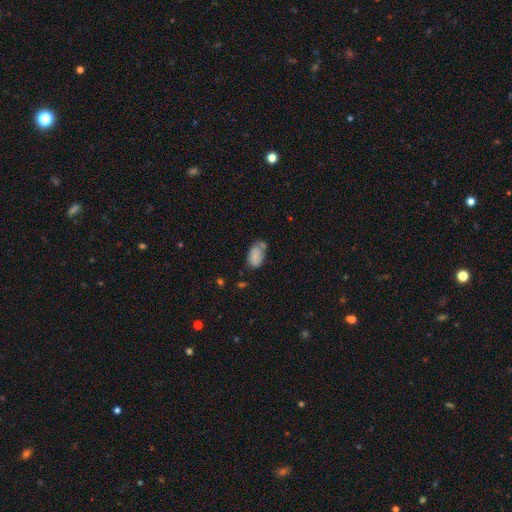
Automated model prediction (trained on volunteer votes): Smooth or featured: smooth — 69% (featured or disk — 22%)
How rounded: in between — 92% (round — 6%)
Merging: none — 45% (minor disturbance — 34%)